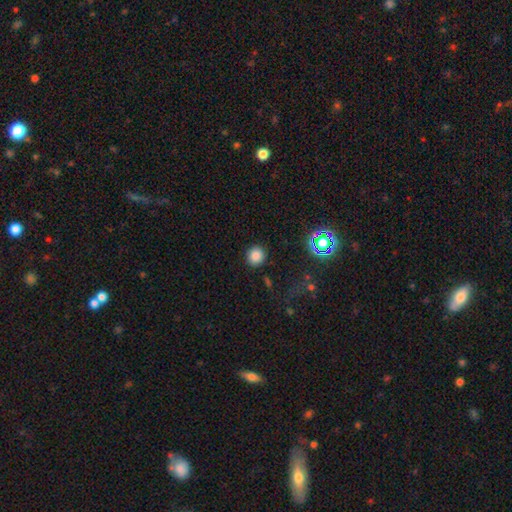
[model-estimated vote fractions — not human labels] Smooth or featured?
  - smooth: 81% *
  - star or artifact: 14%
  - featured or disk: 5%
How rounded?
  - round: 86% *
  - in between: 13%
  - cigar-shaped: 1%
Merging?
  - none: 88% *
  - minor disturbance: 7%
  - major disturbance: 3%
  - merger: 2%